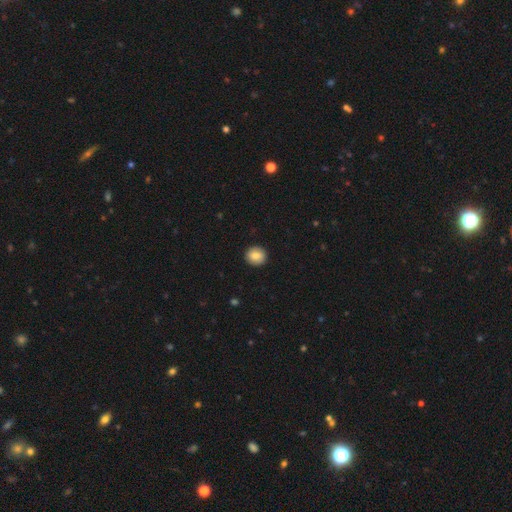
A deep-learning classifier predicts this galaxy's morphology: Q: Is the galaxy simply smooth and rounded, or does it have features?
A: smooth — 85%.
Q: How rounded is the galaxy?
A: round — 88%.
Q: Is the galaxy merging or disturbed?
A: none — 92%.